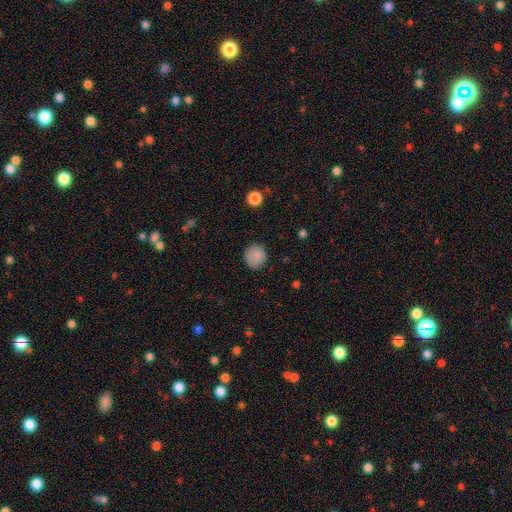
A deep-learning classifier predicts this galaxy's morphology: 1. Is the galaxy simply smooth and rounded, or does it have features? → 86% smooth, 10% star or artifact, 4% featured or disk.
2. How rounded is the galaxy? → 85% round, 14% in between, 1% cigar-shaped.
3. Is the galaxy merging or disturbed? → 82% none, 14% minor disturbance, 3% major disturbance, 1% merger.